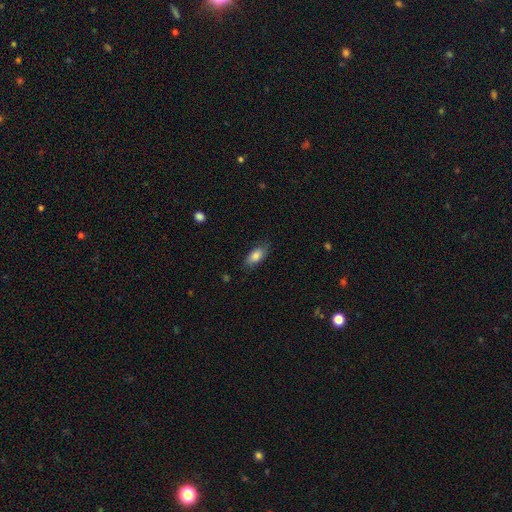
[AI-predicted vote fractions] Morphology: type=smooth (83%); roundness=in between (87%); merging=none (80%).